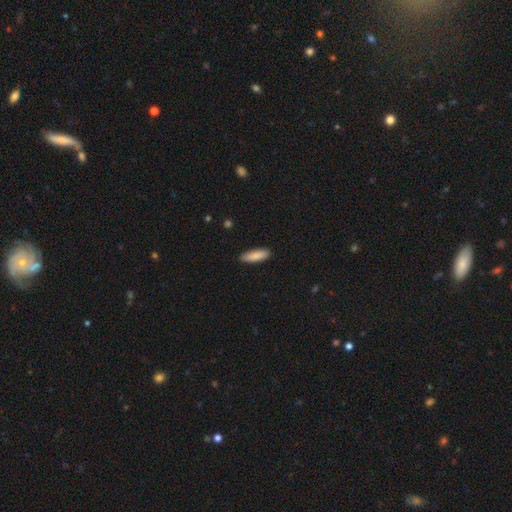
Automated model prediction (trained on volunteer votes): The model was most divided on "how rounded": cigar-shaped: 51%, in between: 47%, round: 2%. More confident: merging — none (89%); smooth or featured — smooth (88%).